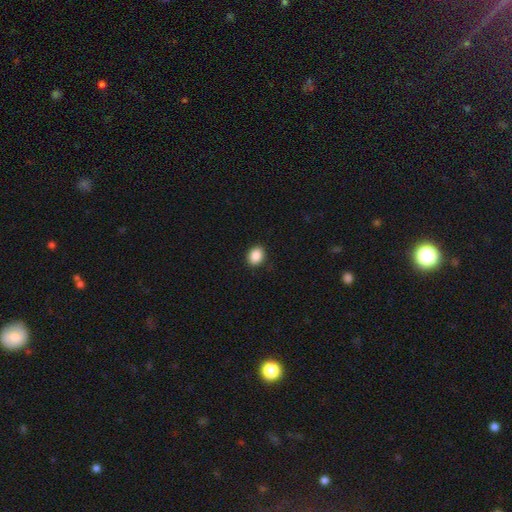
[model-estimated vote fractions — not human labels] smooth_or_featured: smooth (p=0.89) [alt: star or artifact p=0.08]
how_rounded: in between (p=0.54) [alt: round p=0.45]
merging: none (p=0.90) [alt: minor disturbance p=0.07]